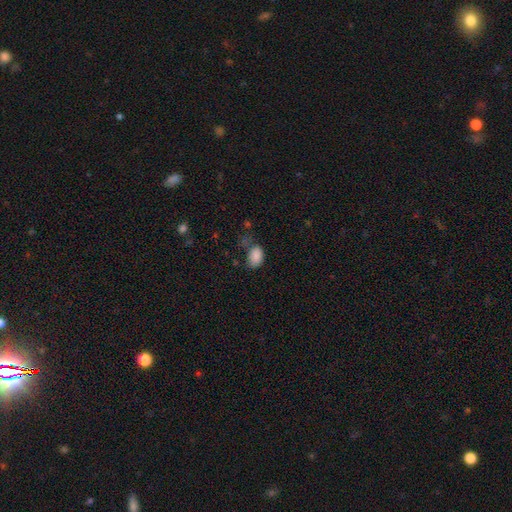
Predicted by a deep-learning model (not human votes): A smooth galaxy with no disk features (86%) that is in between round and cigar-shaped (89%). Merging: none (52%).